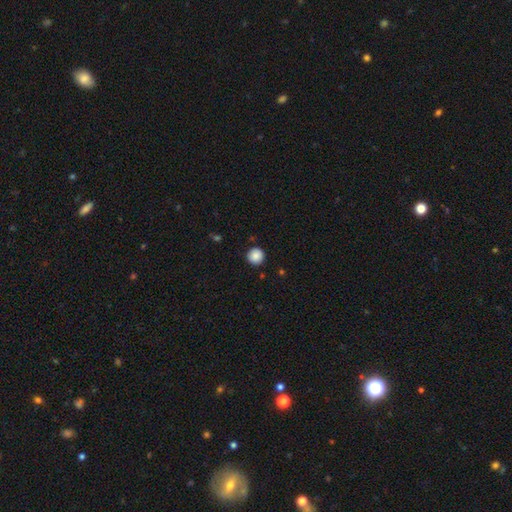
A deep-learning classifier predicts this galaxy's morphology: Smooth or featured?
  - smooth: 88% *
  - star or artifact: 9%
  - featured or disk: 3%
How rounded?
  - round: 96% *
  - in between: 3%
  - cigar-shaped: 1%
Merging?
  - none: 91% *
  - minor disturbance: 6%
  - major disturbance: 2%
  - merger: 1%